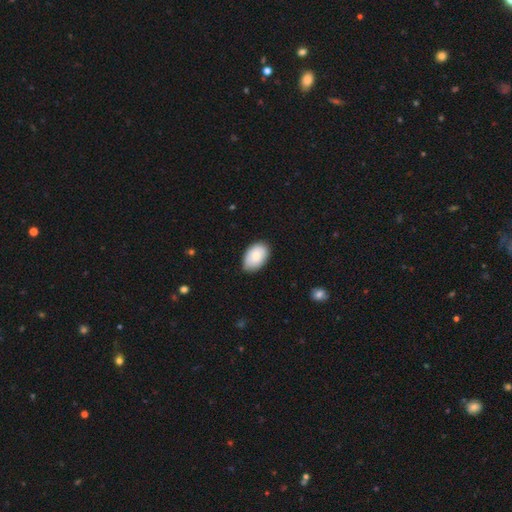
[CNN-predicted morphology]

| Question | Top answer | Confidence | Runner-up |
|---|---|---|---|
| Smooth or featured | smooth | 82% | featured or disk (11%) |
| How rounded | in between | 91% | round (8%) |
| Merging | none | 79% | minor disturbance (17%) |